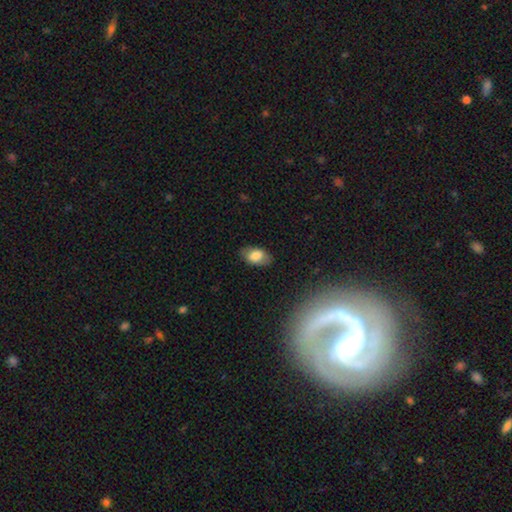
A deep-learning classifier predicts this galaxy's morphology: A smooth galaxy with no disk features (76%) that is in between round and cigar-shaped (91%). Merging: none (80%).